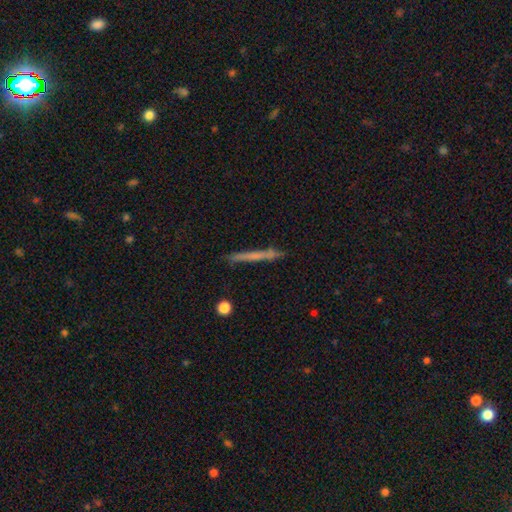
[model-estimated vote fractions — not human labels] Smooth or featured? smooth (54%)
How rounded? cigar-shaped (96%)
Merging? none (87%)